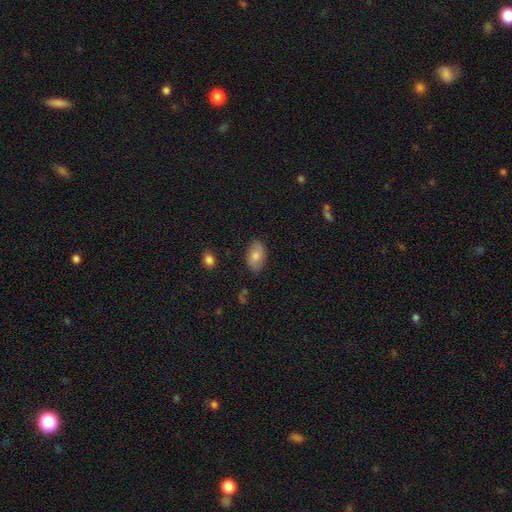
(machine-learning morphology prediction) Smooth or featured? Predicted: smooth (p=0.78). How rounded? Predicted: in between (p=0.92). Merging? Predicted: none (p=0.84).